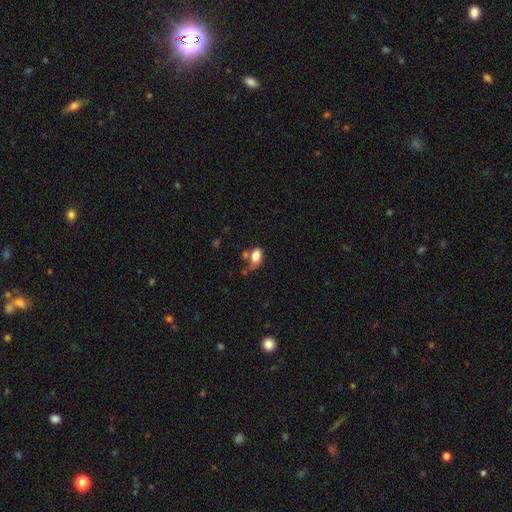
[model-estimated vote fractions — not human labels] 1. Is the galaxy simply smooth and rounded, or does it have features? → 80% smooth, 11% featured or disk, 9% star or artifact.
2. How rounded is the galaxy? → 86% in between, 12% round, 3% cigar-shaped.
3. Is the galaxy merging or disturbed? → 43% none, 27% minor disturbance, 18% merger, 12% major disturbance.